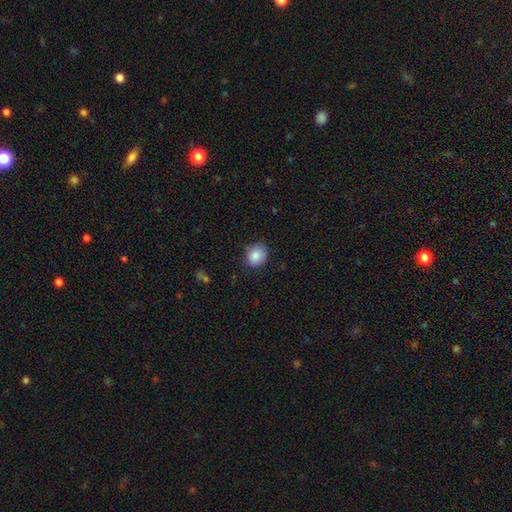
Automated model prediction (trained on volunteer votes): smooth 86%, star or artifact 9%, featured or disk 6%. Down the decision tree: how rounded — round (67%); merging — none (79%).